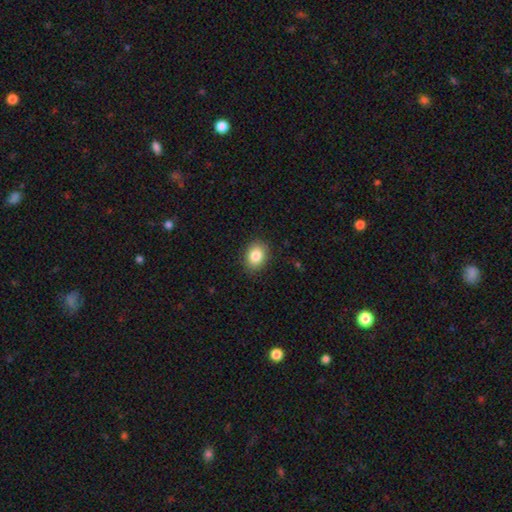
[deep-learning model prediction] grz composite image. It shows a smooth galaxy with no disk features (85%) that is in between round and cigar-shaped (59%). Merging: none (88%).